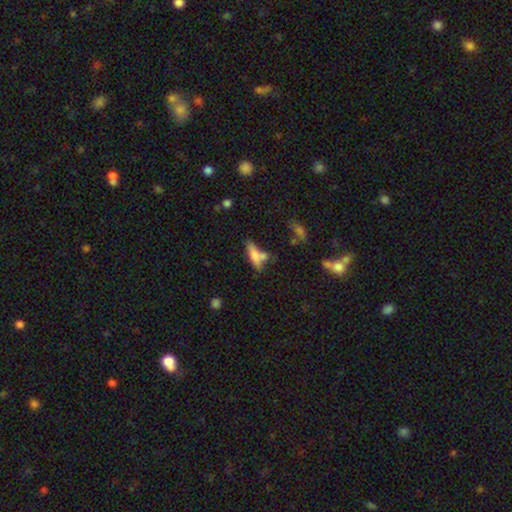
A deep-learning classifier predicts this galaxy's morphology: Smooth or featured?
  - smooth: 67% *
  - featured or disk: 24%
  - star or artifact: 10%
How rounded?
  - cigar-shaped: 50% *
  - in between: 47%
  - round: 3%
Merging?
  - none: 45% *
  - merger: 28%
  - minor disturbance: 18%
  - major disturbance: 9%